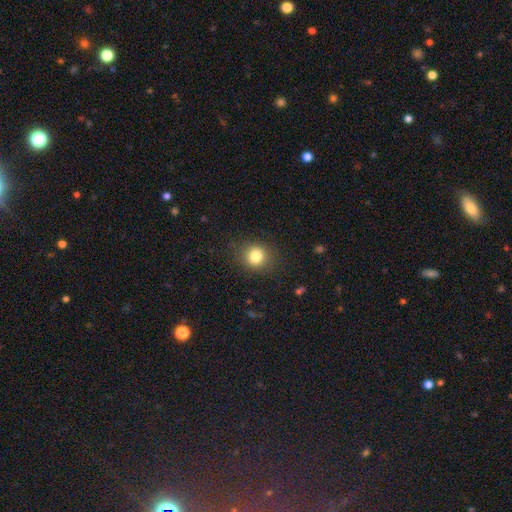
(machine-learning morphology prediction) Overall: smooth (82%). How rounded: round (82%). Merging: none (86%).